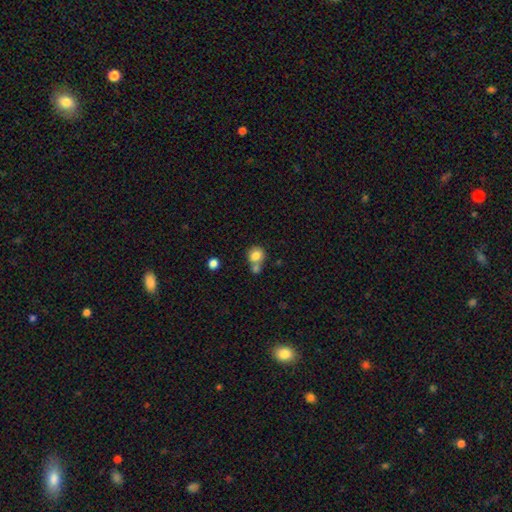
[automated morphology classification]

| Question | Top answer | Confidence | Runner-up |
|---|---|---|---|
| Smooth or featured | smooth | 81% | featured or disk (10%) |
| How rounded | round | 80% | in between (20%) |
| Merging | none | 45% | merger (40%) |